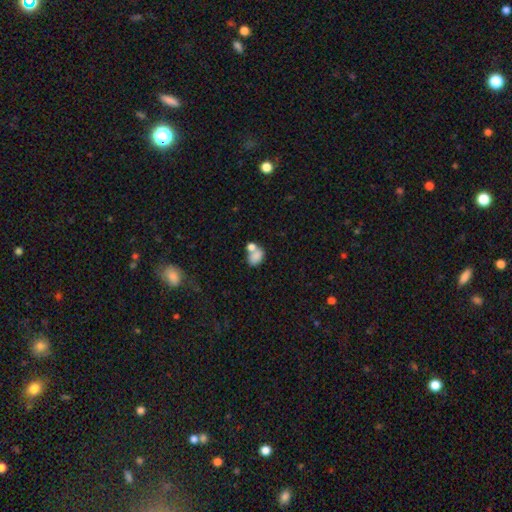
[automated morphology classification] smooth-or-featured: smooth: 78% | featured or disk: 12% | star or artifact: 9%
  how-rounded: in between: 74% | round: 25% | cigar-shaped: 1%
  merging: merger: 48% | none: 34% | minor disturbance: 12% | major disturbance: 6%